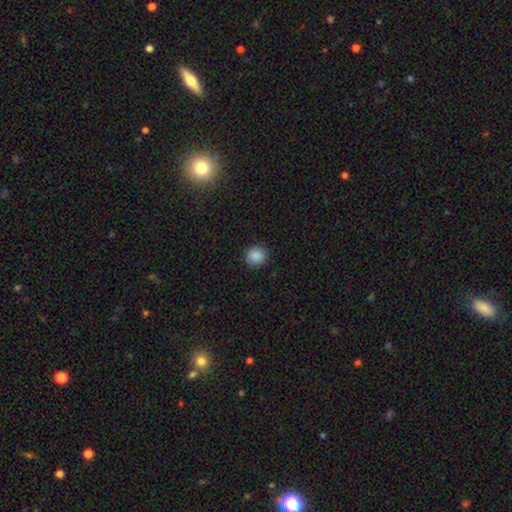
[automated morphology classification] Overall: smooth (88%). How rounded: round (89%). Merging: none (91%).